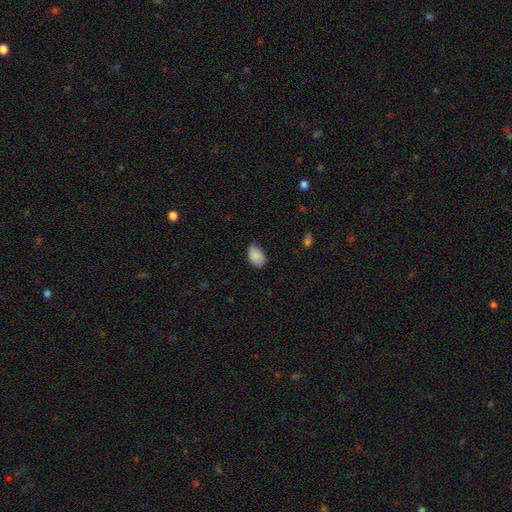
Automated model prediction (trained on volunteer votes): This appears to be a smooth galaxy with no disk features (87%) that is in between round and cigar-shaped (87%). Merging: none (70%).